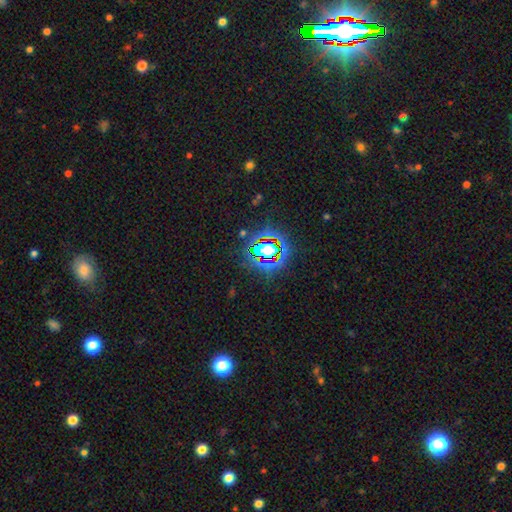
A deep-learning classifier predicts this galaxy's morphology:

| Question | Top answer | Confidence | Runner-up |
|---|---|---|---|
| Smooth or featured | star or artifact | 82% | smooth (10%) |